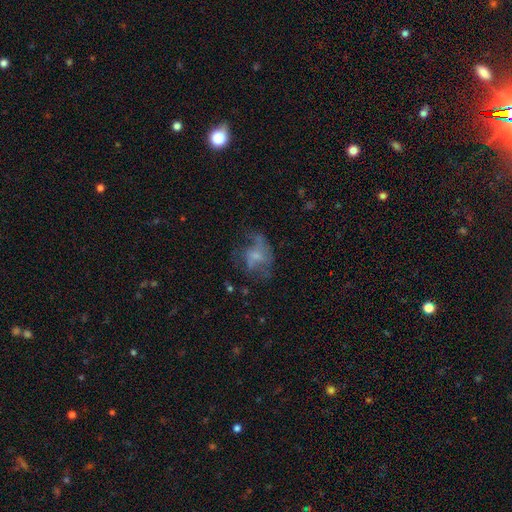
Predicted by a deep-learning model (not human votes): Smooth or featured? Predicted: featured or disk (p=0.53). Edge-on disk? Predicted: no (p=0.97). Bar? Predicted: no (p=0.68). Spiral arms? Predicted: no (p=0.54). Bulge size? Predicted: small (p=0.46). Merging? Predicted: major disturbance (p=0.39).